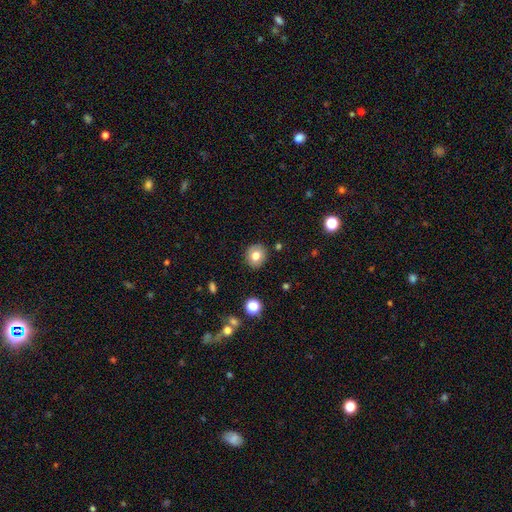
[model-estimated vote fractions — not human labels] A smooth galaxy with no disk features (77%) that is round (83%).

Vote fractions:
- Smooth or featured? smooth: 77% / featured or disk: 13% / star or artifact: 10%
- How rounded? round: 83% / in between: 17% / cigar-shaped: 1%
- Merging? none: 89% / minor disturbance: 8% / major disturbance: 2% / merger: 2%